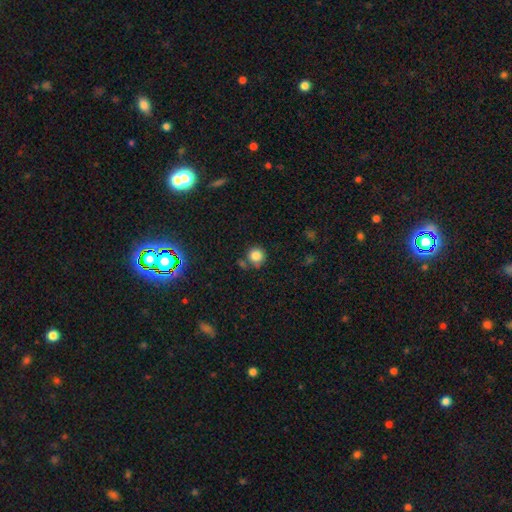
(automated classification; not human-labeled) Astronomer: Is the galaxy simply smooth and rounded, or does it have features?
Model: smooth — 83%.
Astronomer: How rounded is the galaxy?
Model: round — 92%.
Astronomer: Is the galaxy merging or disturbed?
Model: none — 70%.